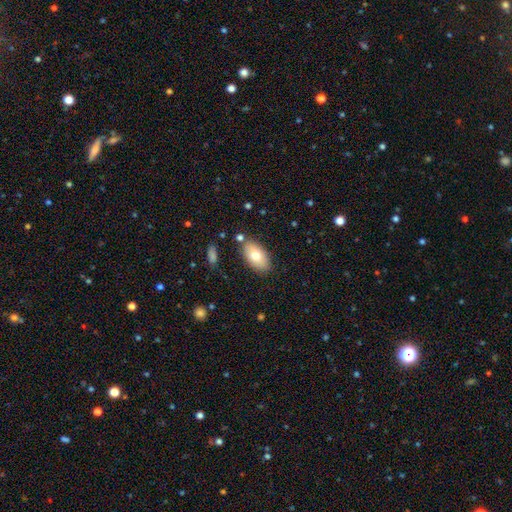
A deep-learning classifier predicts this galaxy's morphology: smooth 74%, featured or disk 19%, star or artifact 7%. Down the decision tree: how rounded — in between (94%); merging — none (81%).